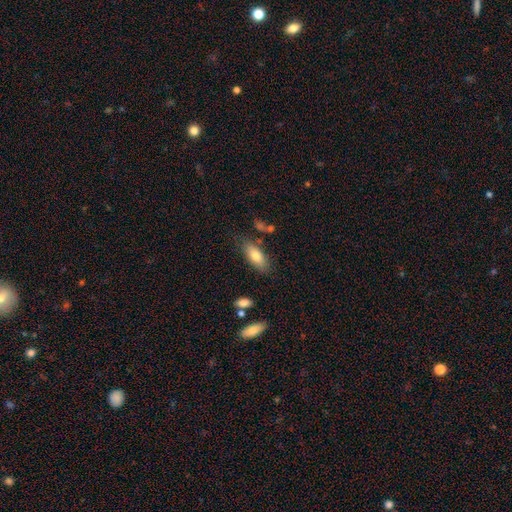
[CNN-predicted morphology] This is likely a smooth galaxy (77%). How rounded: clearly in between (81%). Merging: likely none (75%).